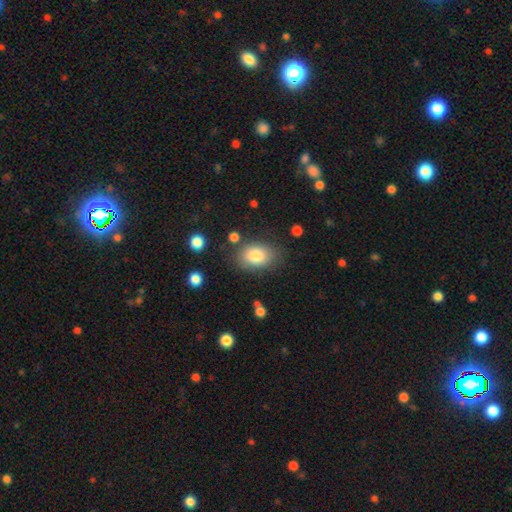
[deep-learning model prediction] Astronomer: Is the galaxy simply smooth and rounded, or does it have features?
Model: smooth — 81%.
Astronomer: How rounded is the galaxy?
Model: in between — 76%.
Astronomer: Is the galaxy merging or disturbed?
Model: none — 77%.